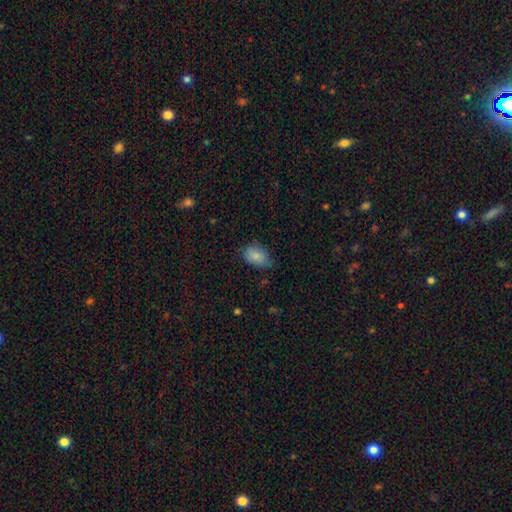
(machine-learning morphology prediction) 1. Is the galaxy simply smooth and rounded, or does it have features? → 85% smooth, 8% star or artifact, 8% featured or disk.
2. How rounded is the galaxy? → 86% in between, 13% round, 1% cigar-shaped.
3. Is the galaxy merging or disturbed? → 64% none, 29% minor disturbance, 6% major disturbance, 1% merger.